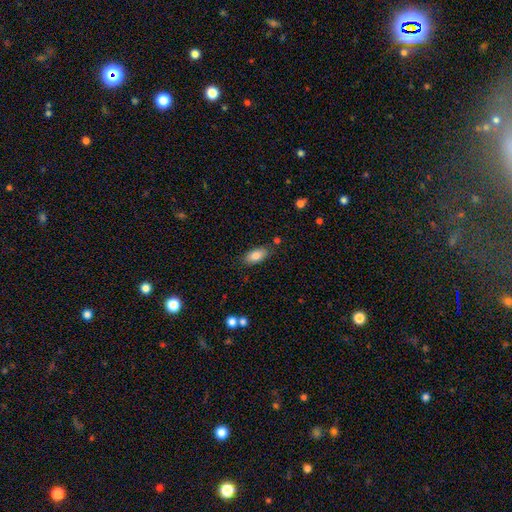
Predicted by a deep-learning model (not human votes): Morphology: type=smooth (83%); roundness=in between (90%); merging=none (80%).